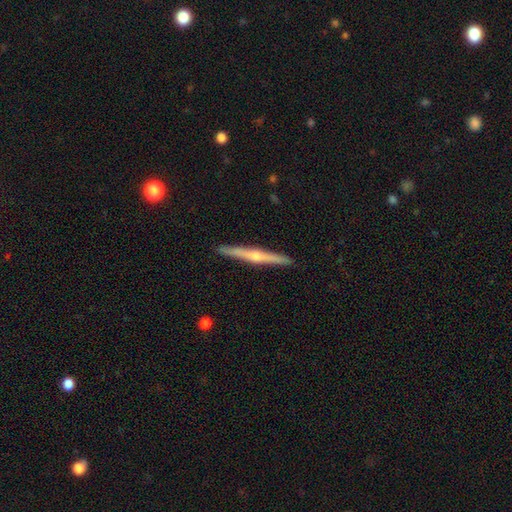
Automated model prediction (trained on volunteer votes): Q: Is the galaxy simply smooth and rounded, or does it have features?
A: featured or disk — 73%.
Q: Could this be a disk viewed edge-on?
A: yes — 97%.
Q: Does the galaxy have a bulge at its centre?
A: rounded — 83%.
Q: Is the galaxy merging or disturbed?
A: none — 91%.